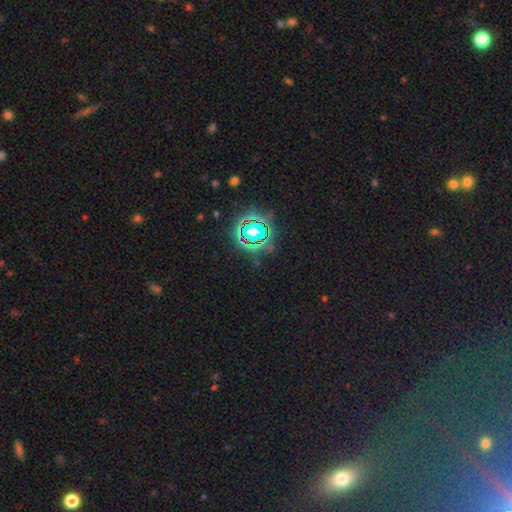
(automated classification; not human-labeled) Morphology: type=star or artifact (78%).